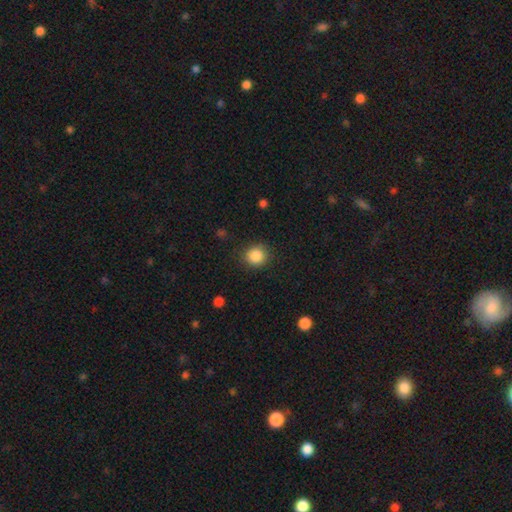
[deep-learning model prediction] This is clearly a smooth galaxy (87%). How rounded: clearly round (86%). Merging: clearly none (85%).